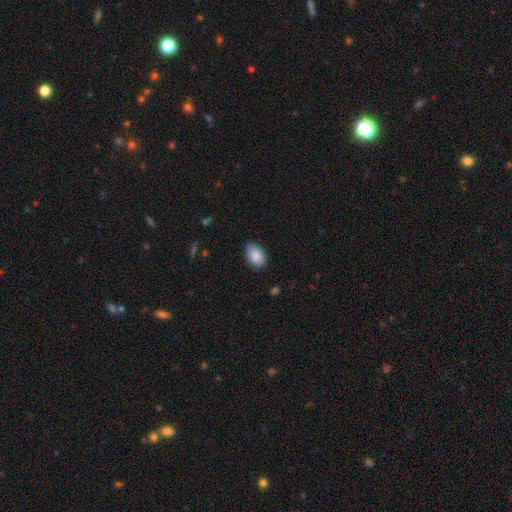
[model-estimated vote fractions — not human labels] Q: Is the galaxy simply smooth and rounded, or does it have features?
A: smooth — 87%.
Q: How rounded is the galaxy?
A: in between — 88%.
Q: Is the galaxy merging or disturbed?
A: none — 84%.